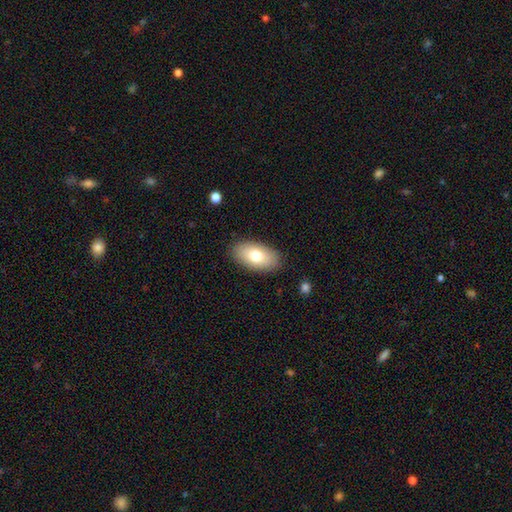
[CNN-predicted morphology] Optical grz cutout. It shows a smooth galaxy with no disk features (76%) that is in between round and cigar-shaped (94%). Merging: none (87%).